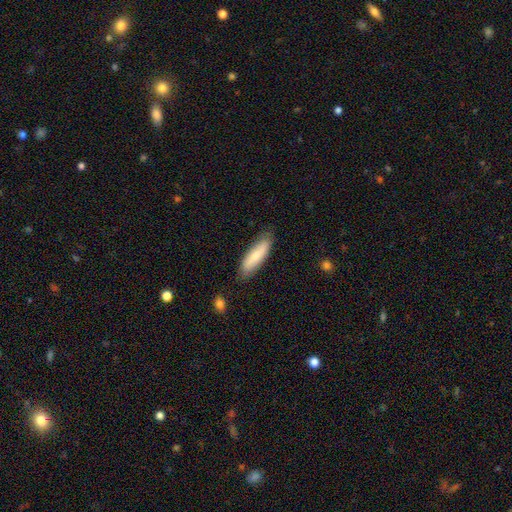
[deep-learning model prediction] A smooth galaxy with no disk features (70%) that is cigar-shaped (56%). Merging: none (80%).